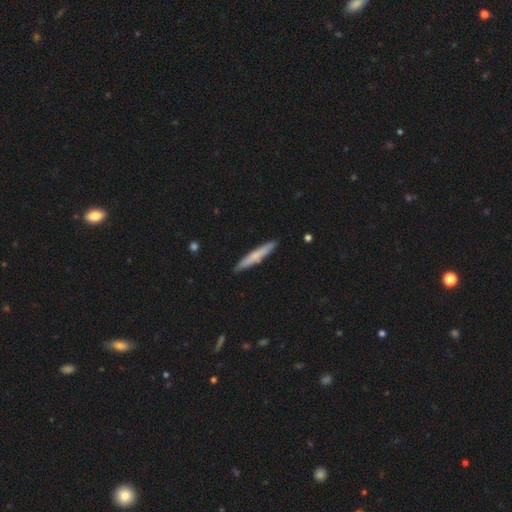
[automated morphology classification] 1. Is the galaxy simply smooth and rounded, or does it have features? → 64% smooth, 31% featured or disk, 6% star or artifact.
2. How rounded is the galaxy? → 94% cigar-shaped, 5% in between, 1% round.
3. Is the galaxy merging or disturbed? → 90% none, 7% minor disturbance, 1% major disturbance, 1% merger.